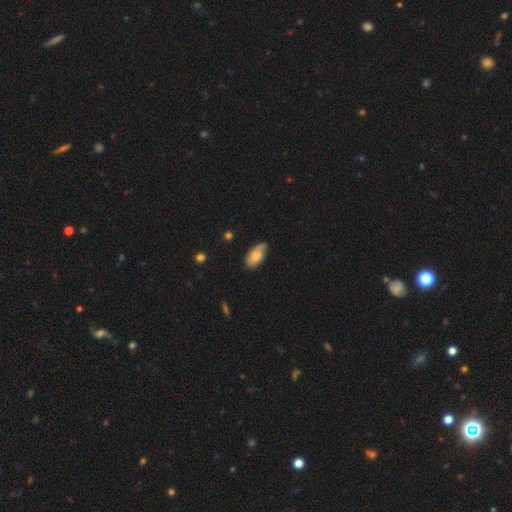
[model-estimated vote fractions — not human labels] Q: Smooth or featured?
A: smooth (63%); runner-up: featured or disk (30%)
Q: How rounded?
A: in between (92%); runner-up: cigar-shaped (5%)
Q: Merging?
A: none (66%); runner-up: minor disturbance (27%)